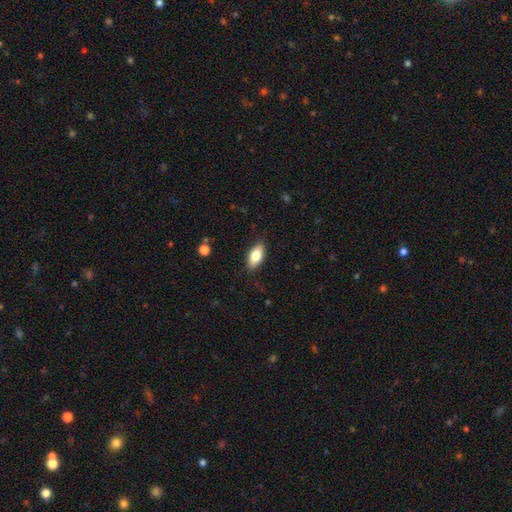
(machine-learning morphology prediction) Smooth or featured? Predicted: smooth (p=0.79). How rounded? Predicted: in between (p=0.87). Merging? Predicted: none (p=0.85).